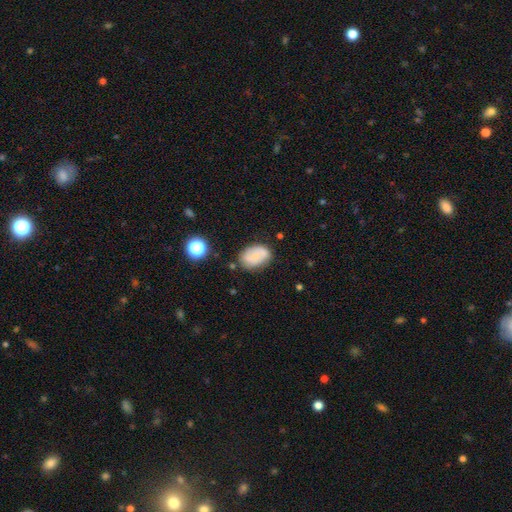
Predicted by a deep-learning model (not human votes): Smooth or featured: smooth — 53% (featured or disk — 37%)
How rounded: in between — 81% (round — 18%)
Merging: none — 68% (minor disturbance — 21%)